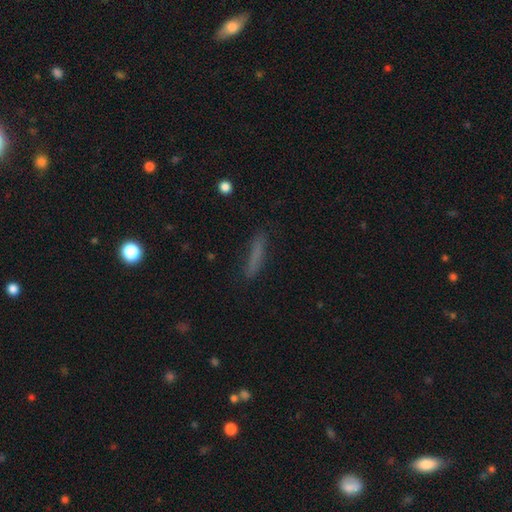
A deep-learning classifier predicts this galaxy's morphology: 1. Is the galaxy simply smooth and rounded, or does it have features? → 70% smooth, 18% featured or disk, 12% star or artifact.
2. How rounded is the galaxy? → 88% cigar-shaped, 10% in between, 2% round.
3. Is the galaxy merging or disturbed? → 79% none, 15% minor disturbance, 5% major disturbance, 2% merger.